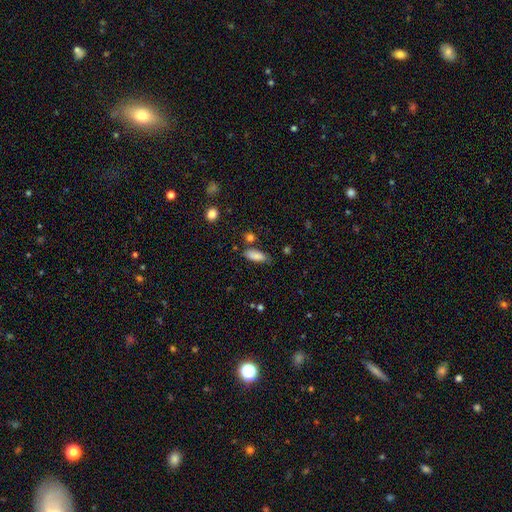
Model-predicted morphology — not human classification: A smooth galaxy with no disk features (84%) that is in between round and cigar-shaped (71%). Merging: none (70%).